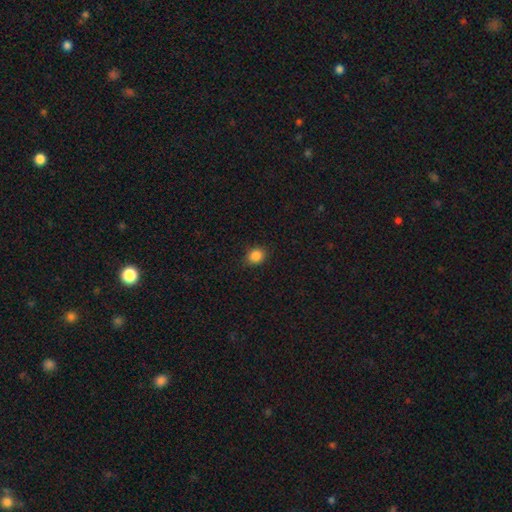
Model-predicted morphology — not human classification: Smooth or featured?
  - smooth: 85% *
  - star or artifact: 11%
  - featured or disk: 4%
How rounded?
  - round: 71% *
  - in between: 28%
  - cigar-shaped: 1%
Merging?
  - none: 87% *
  - minor disturbance: 10%
  - major disturbance: 2%
  - merger: 1%